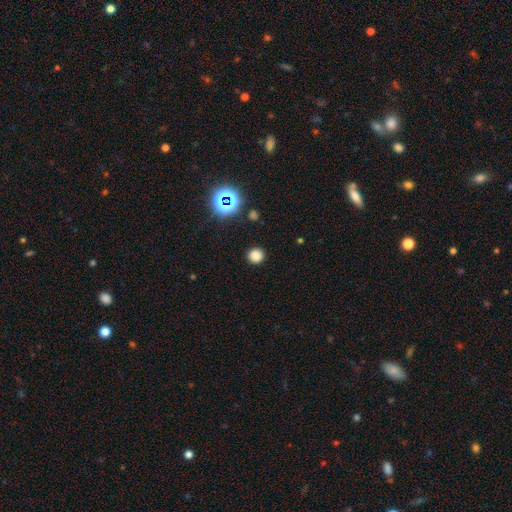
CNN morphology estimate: smooth_or_featured: smooth (p=0.79) [alt: star or artifact p=0.17]
how_rounded: round (p=0.93) [alt: in between p=0.06]
merging: none (p=0.91) [alt: minor disturbance p=0.05]